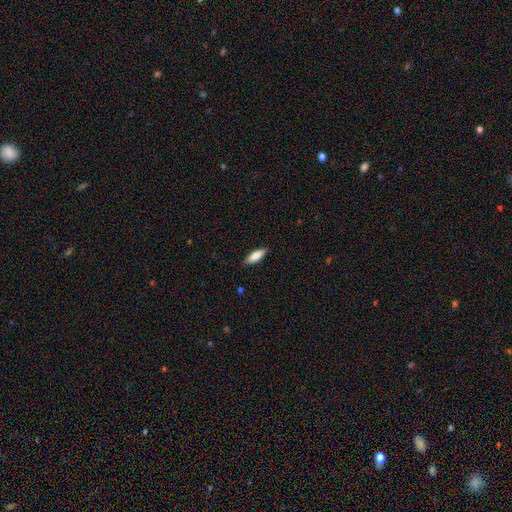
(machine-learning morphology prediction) A smooth galaxy with no disk features (78%) that is in between round and cigar-shaped (53%).

Vote fractions:
- Smooth or featured? smooth: 78% / featured or disk: 16% / star or artifact: 6%
- How rounded? in between: 53% / cigar-shaped: 45% / round: 2%
- Merging? none: 87% / minor disturbance: 10% / major disturbance: 2% / merger: 1%